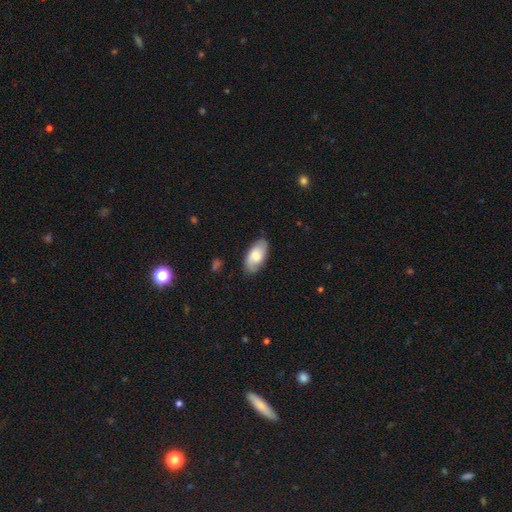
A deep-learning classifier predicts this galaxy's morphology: Q: Smooth or featured?
A: smooth (65%); runner-up: featured or disk (29%)
Q: How rounded?
A: in between (94%); runner-up: cigar-shaped (4%)
Q: Merging?
A: none (77%); runner-up: minor disturbance (18%)